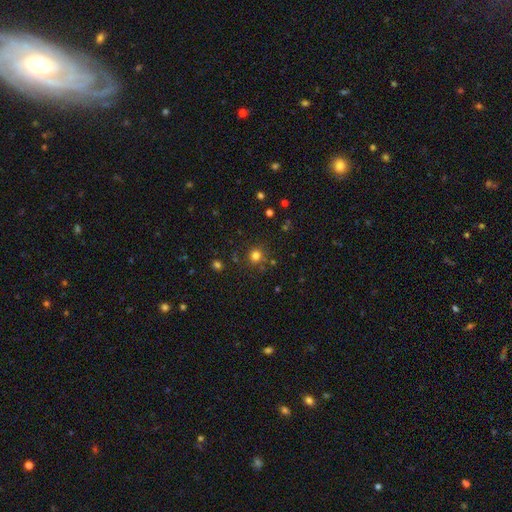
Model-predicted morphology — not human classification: Overall: smooth (77%). How rounded: round (91%). Merging: none (82%).